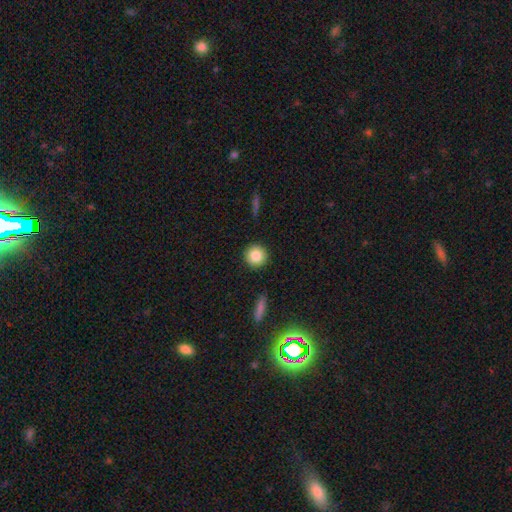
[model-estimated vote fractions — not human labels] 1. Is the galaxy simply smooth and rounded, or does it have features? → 85% smooth, 9% star or artifact, 6% featured or disk.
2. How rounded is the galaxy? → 94% round, 5% in between, 1% cigar-shaped.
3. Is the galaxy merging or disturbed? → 92% none, 5% minor disturbance, 2% major disturbance, 1% merger.